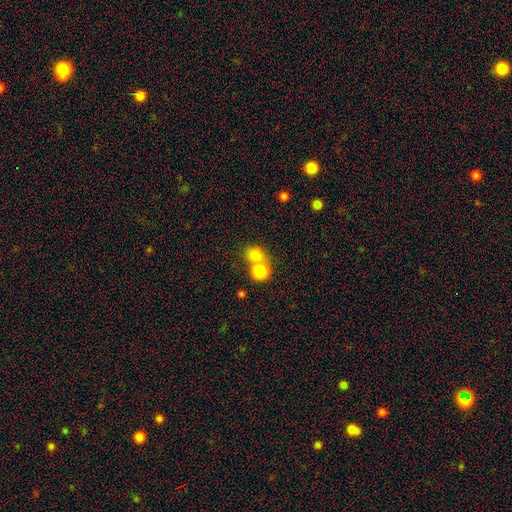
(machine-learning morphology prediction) Q: Smooth or featured?
A: smooth (79%); runner-up: star or artifact (11%)
Q: How rounded?
A: round (82%); runner-up: in between (17%)
Q: Merging?
A: merger (49%); runner-up: none (43%)